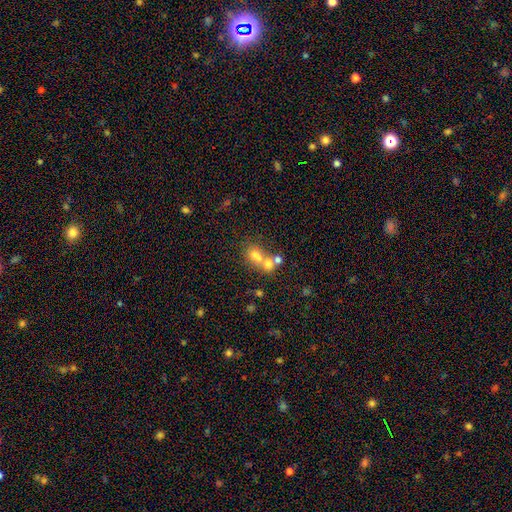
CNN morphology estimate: smooth 61%, featured or disk 21%, star or artifact 17%. Down the decision tree: how rounded — round (55%); merging — merger (57%).